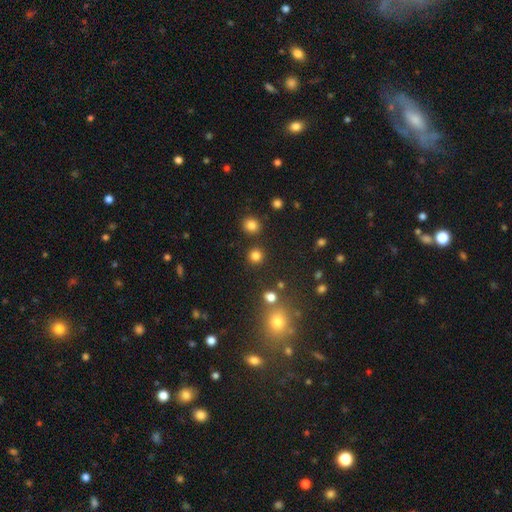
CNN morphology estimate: The model was most divided on "smooth or featured": smooth: 81%, star or artifact: 15%, featured or disk: 4%. More confident: how rounded — round (92%); merging — none (87%).